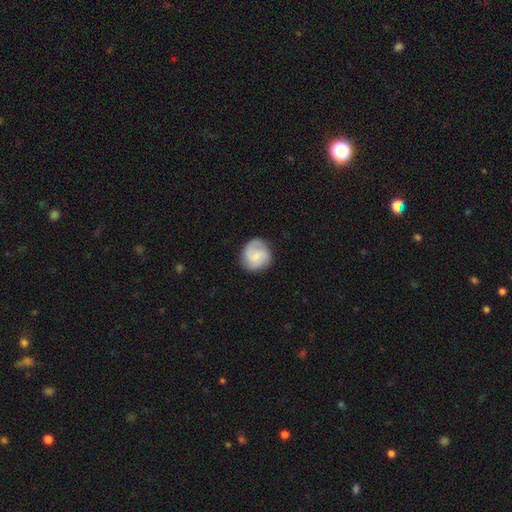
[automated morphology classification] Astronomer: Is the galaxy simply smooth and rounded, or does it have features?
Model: featured or disk — 49% (runner-up: smooth, 45%).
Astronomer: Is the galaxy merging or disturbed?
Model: none — 80%.